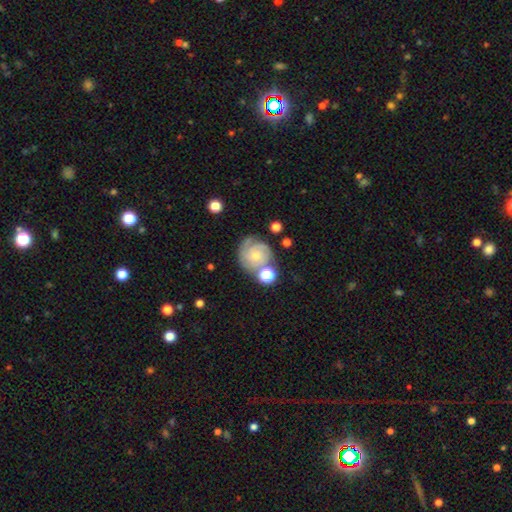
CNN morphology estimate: Overall: featured or disk (70%). Edge-on disk: no (98%). Bar: no (77%). Spiral arms: yes (92%). Spiral arm count: 3 (29%; can't tell 27%). Spiral winding: tight (64%; medium 28%). Bulge size: small (64%; moderate 28%). Merging: none (61%).